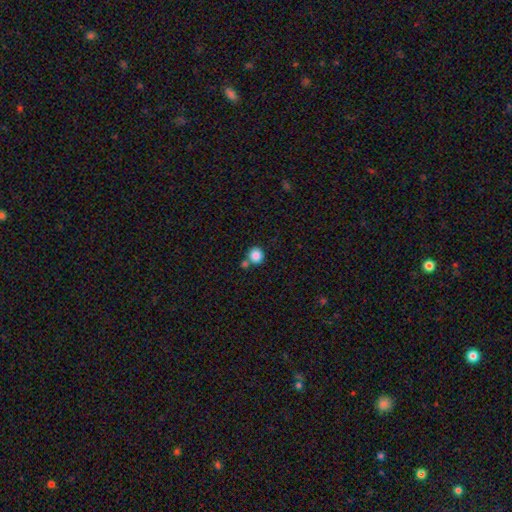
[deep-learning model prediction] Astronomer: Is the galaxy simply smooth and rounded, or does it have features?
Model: smooth — 86%.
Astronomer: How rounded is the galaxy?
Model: round — 89%.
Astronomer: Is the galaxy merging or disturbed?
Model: none — 67%.